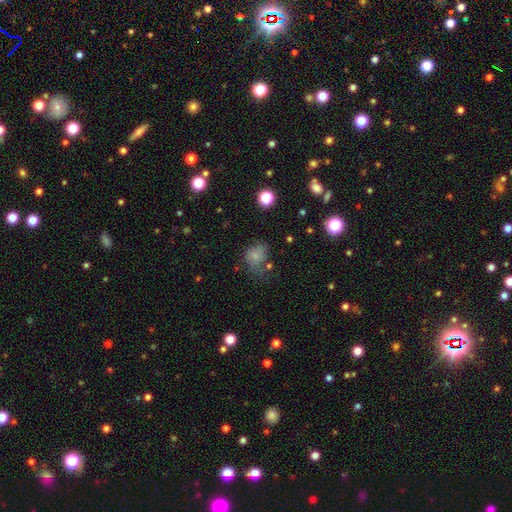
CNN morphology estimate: smooth-or-featured: smooth: 70% | featured or disk: 16% | star or artifact: 14%
  how-rounded: round: 53% | in between: 46% | cigar-shaped: 1%
  merging: none: 41% | minor disturbance: 28% | major disturbance: 24% | merger: 7%